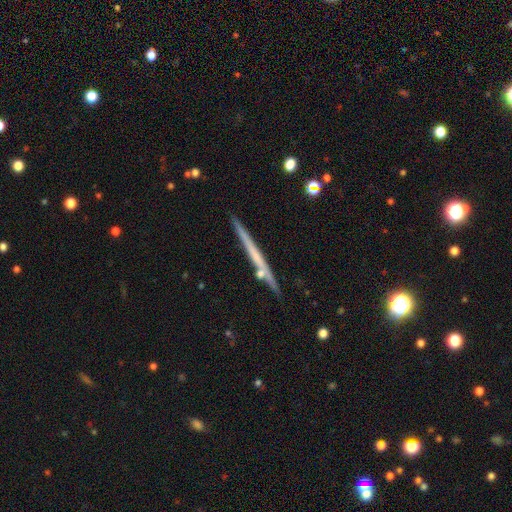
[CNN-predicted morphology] A featured or disk galaxy (58%) viewed edge-on (97%) with no central bulge (84%). Merging: none (86%).